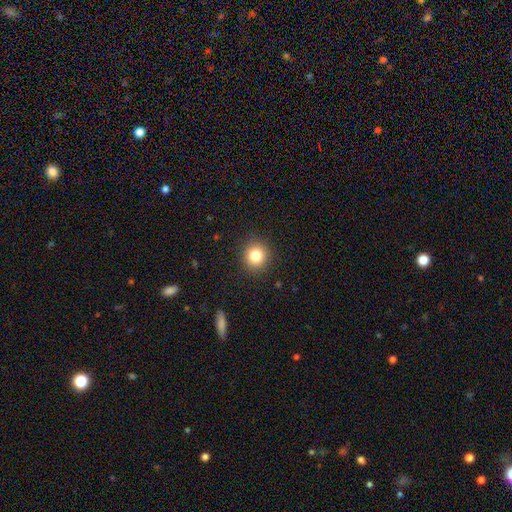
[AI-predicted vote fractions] Smooth or featured? smooth (82%)
How rounded? round (91%)
Merging? none (91%)